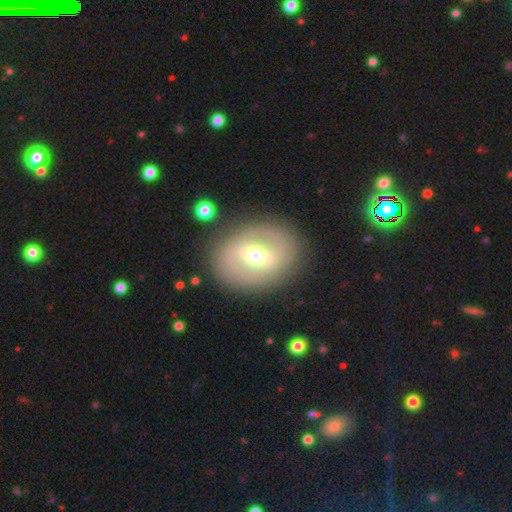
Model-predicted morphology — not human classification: A featured or disk galaxy (67%) with a weak bar (45%), no spiral arms (51%) and a moderate central bulge (71%).

Vote fractions:
- Smooth or featured? featured or disk: 67% / smooth: 26% / star or artifact: 7%
- Edge-on disk? no: 94% / yes: 6%
- Bar? weak: 45% / strong: 41% / no: 14%
- Spiral arms? no: 51% / yes: 49%
- Bulge size? moderate: 71% / small: 20% / large: 8% / dominant: 1% / none: 1%
- Merging? none: 84% / minor disturbance: 10% / major disturbance: 4% / merger: 2%